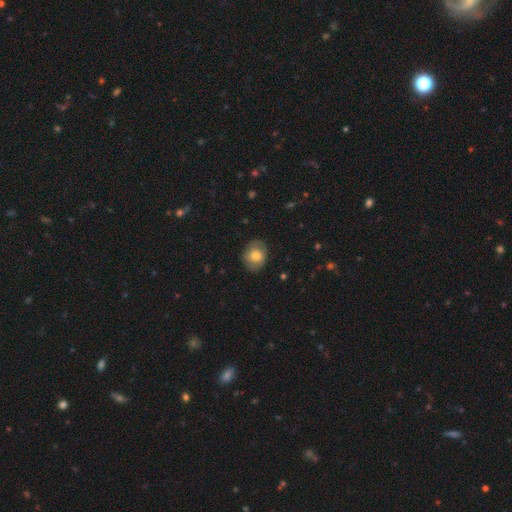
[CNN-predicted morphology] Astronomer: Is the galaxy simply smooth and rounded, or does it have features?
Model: smooth — 72%.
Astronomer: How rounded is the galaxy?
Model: round — 57% (runner-up: in between, 42%).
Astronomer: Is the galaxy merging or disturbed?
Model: none — 79%.